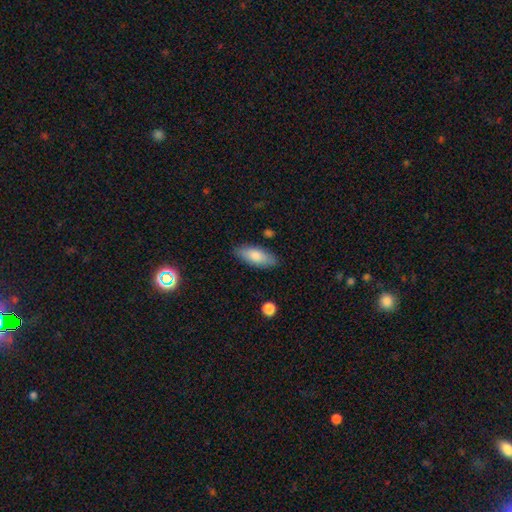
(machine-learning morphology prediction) type=smooth (80%); roundness=in between (77%); merging=none (85%).